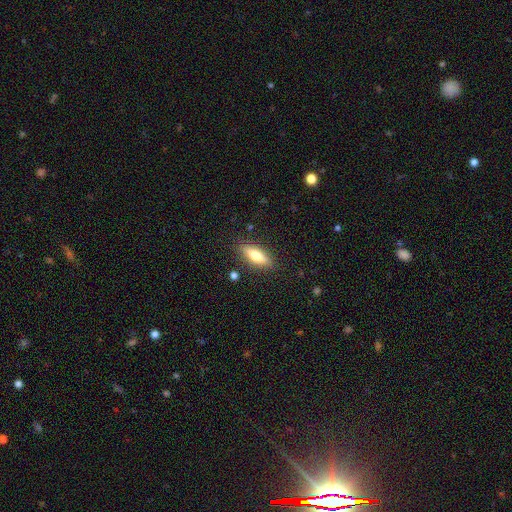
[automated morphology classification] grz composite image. It shows a smooth galaxy with no disk features (63%) that is in between round and cigar-shaped (58%). Merging: none (86%).